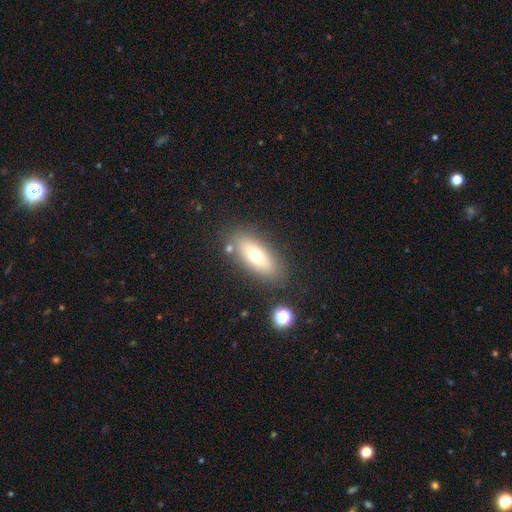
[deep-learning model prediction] A smooth galaxy with no disk features (65%) that is in between round and cigar-shaped (75%).

Vote fractions:
- Smooth or featured? smooth: 65% / featured or disk: 26% / star or artifact: 9%
- How rounded? in between: 75% / cigar-shaped: 20% / round: 4%
- Merging? none: 79% / minor disturbance: 12% / merger: 5% / major disturbance: 4%